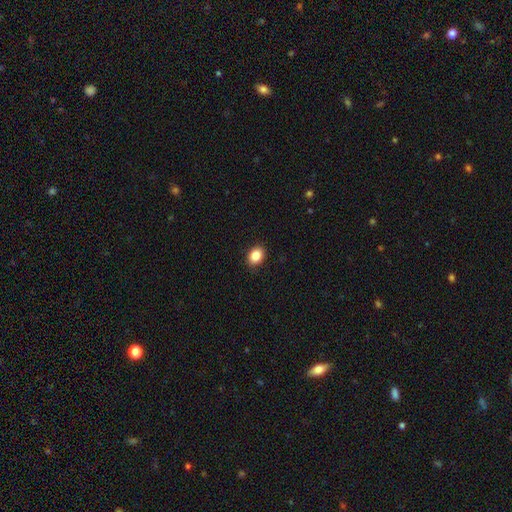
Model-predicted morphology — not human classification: The model was most divided on "how rounded": in between: 60%, round: 39%, cigar-shaped: 1%. More confident: merging — none (90%); smooth or featured — smooth (86%).